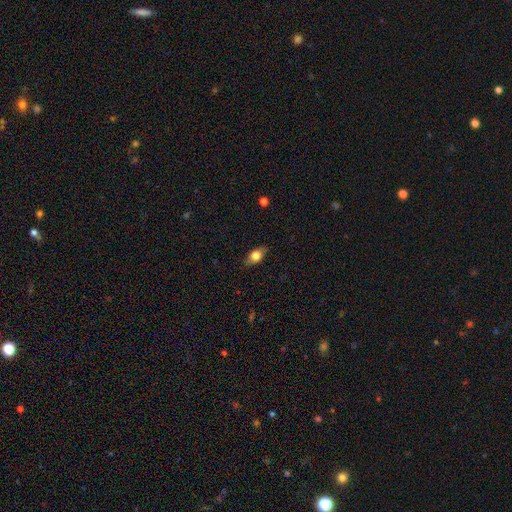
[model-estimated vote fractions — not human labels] The model was most divided on "smooth or featured": smooth: 72%, featured or disk: 20%, star or artifact: 8%. More confident: merging — none (83%); how rounded — in between (80%).